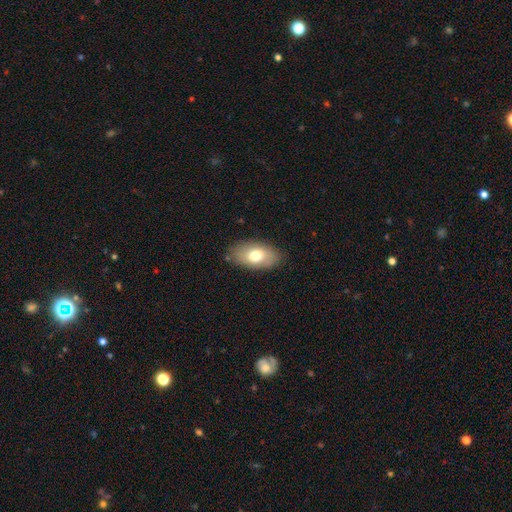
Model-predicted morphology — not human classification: Smooth or featured? Predicted: smooth (p=0.70). How rounded? Predicted: in between (p=0.92). Merging? Predicted: none (p=0.82).